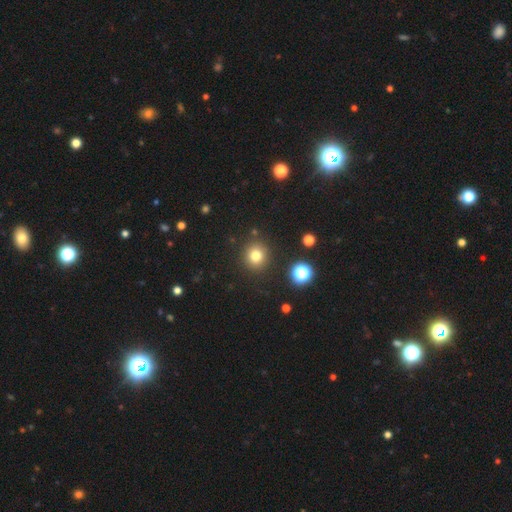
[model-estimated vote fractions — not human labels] Morphology: type=smooth (78%); roundness=round (91%); merging=none (88%).